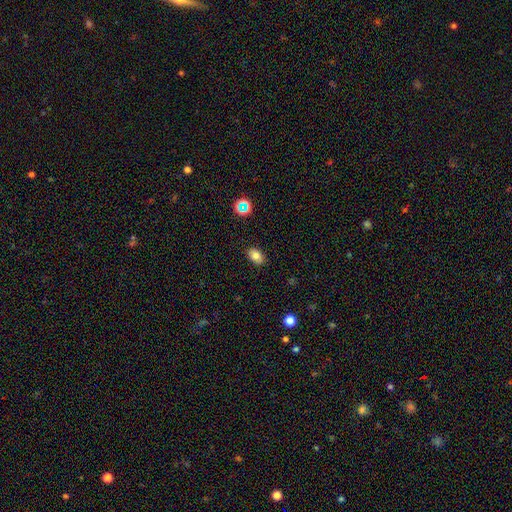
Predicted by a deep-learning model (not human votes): Smooth or featured? Predicted: smooth (p=0.79). How rounded? Predicted: in between (p=0.82). Merging? Predicted: none (p=0.87).